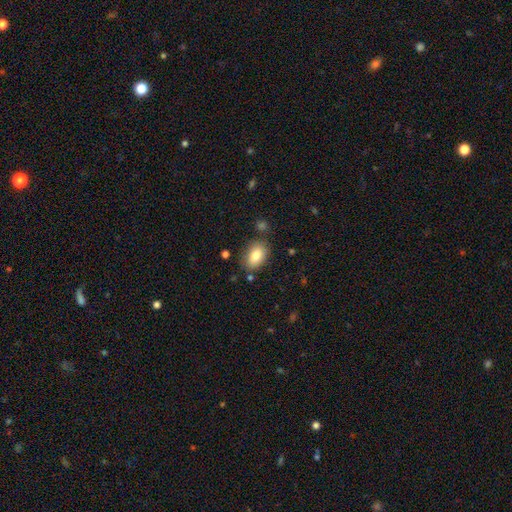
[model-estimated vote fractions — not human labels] smooth_or_featured: smooth (p=0.82) [alt: featured or disk p=0.11]
how_rounded: in between (p=0.85) [alt: round p=0.14]
merging: none (p=0.79) [alt: minor disturbance p=0.13]